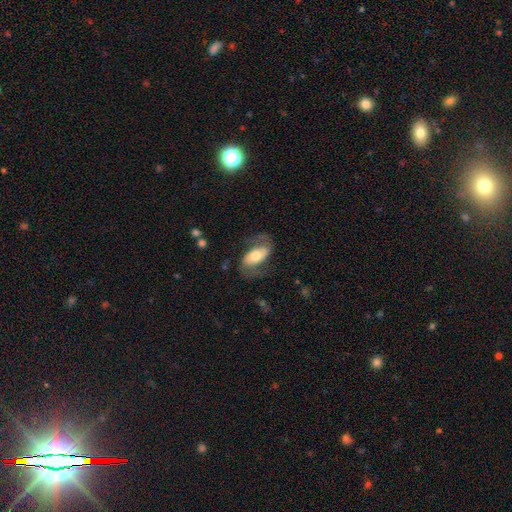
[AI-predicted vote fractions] Q: Smooth or featured?
A: featured or disk (62%); runner-up: smooth (32%)
Q: Edge-on disk?
A: no (93%); runner-up: yes (7%)
Q: Bar?
A: no (42%); runner-up: strong (29%)
Q: Spiral arms?
A: yes (82%); runner-up: no (18%)
Q: Bulge size?
A: moderate (60%); runner-up: small (18%)
Q: Merging?
A: none (64%); runner-up: minor disturbance (18%)